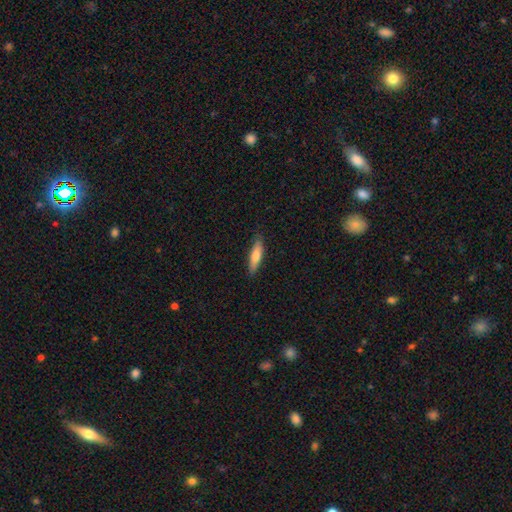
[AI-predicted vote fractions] A smooth galaxy with no disk features (71%) that is cigar-shaped (71%).

Vote fractions:
- Smooth or featured? smooth: 71% / featured or disk: 24% / star or artifact: 6%
- How rounded? cigar-shaped: 71% / in between: 27% / round: 2%
- Merging? none: 84% / minor disturbance: 13% / major disturbance: 2% / merger: 1%